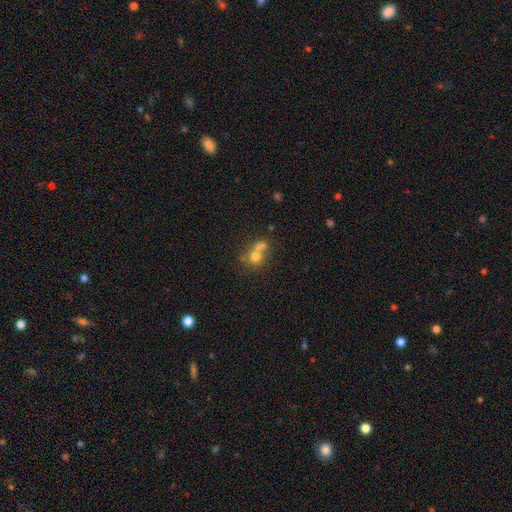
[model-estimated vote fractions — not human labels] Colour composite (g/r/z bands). It shows a smooth galaxy with no disk features (59%) that is round (76%). Merging: merger (52%).